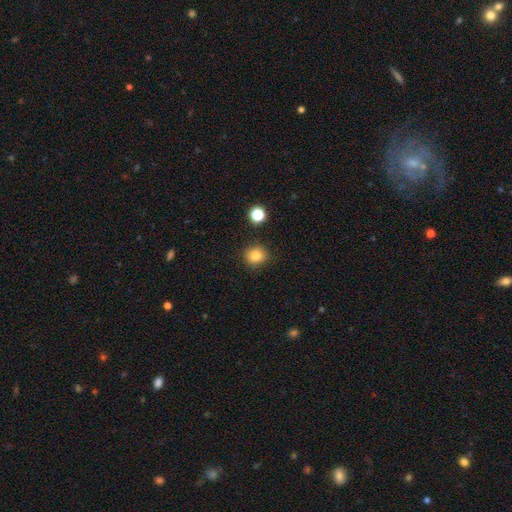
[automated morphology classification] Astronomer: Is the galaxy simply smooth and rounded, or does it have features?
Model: smooth — 83%.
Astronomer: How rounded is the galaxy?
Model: round — 86%.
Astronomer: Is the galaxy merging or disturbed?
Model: none — 88%.